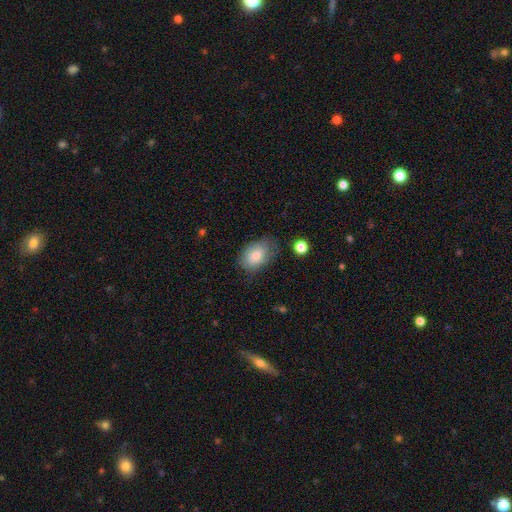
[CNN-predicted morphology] smooth_or_featured: smooth (p=0.82) [alt: featured or disk p=0.11]
how_rounded: in between (p=0.87) [alt: round p=0.12]
merging: none (p=0.71) [alt: minor disturbance p=0.22]